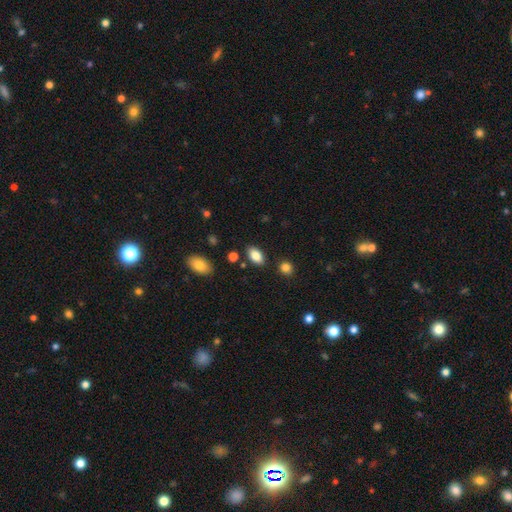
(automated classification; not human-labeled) Q: Smooth or featured?
A: smooth (85%); runner-up: star or artifact (8%)
Q: How rounded?
A: in between (92%); runner-up: round (6%)
Q: Merging?
A: none (84%); runner-up: minor disturbance (10%)